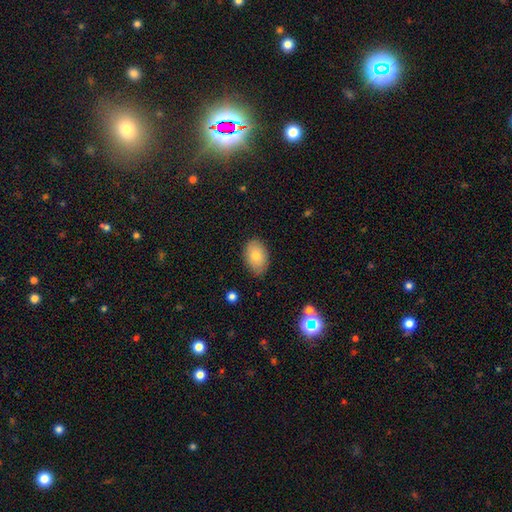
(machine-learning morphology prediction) This appears to be a smooth galaxy with no disk features (78%) that is in between round and cigar-shaped (88%). Merging: none (81%).